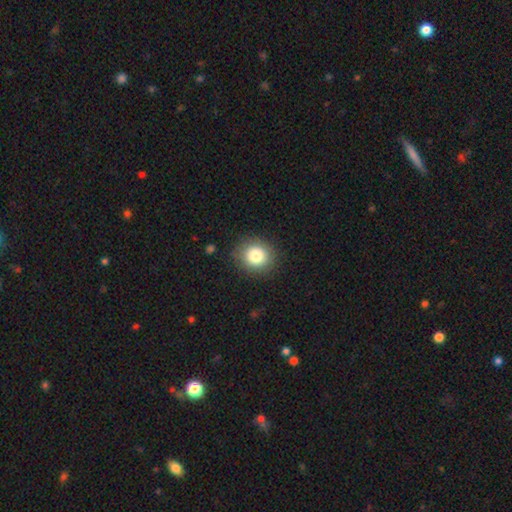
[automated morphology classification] type=smooth (81%); roundness=round (83%); merging=none (87%).